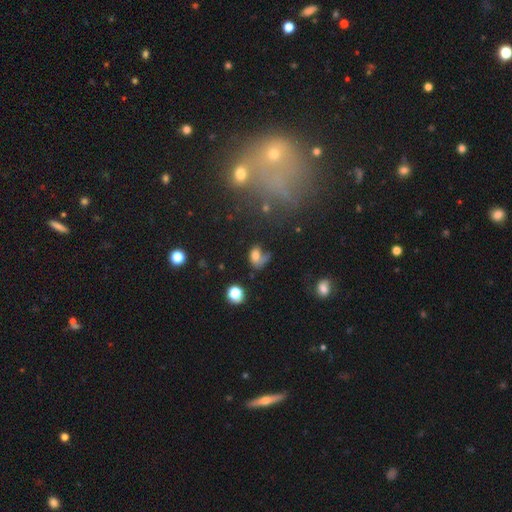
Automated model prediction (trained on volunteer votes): This appears to be a smooth galaxy with no disk features (61%) that is in between round and cigar-shaped (72%). Merging: major disturbance (36%).